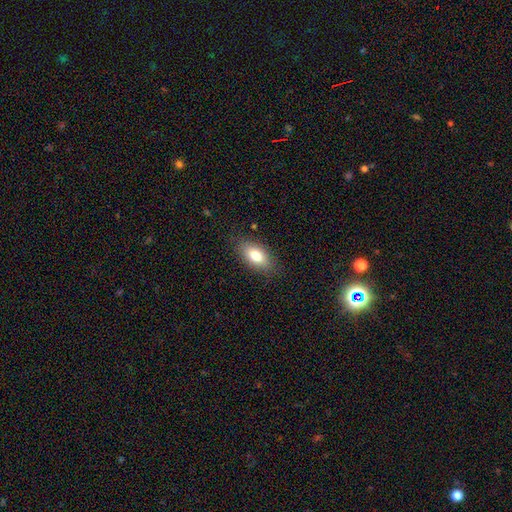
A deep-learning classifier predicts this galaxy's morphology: Smooth or featured?
  - smooth: 79% *
  - featured or disk: 14%
  - star or artifact: 8%
How rounded?
  - in between: 88% *
  - cigar-shaped: 6%
  - round: 5%
Merging?
  - none: 84% *
  - minor disturbance: 12%
  - major disturbance: 3%
  - merger: 1%